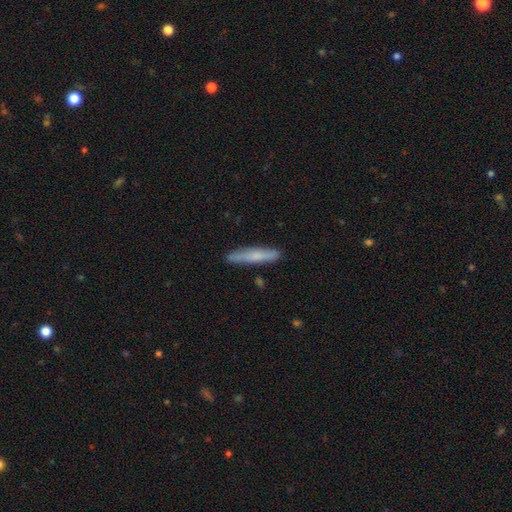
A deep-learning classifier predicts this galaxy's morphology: This appears to be a smooth galaxy with no disk features (65%) that is cigar-shaped (92%). Merging: none (87%).